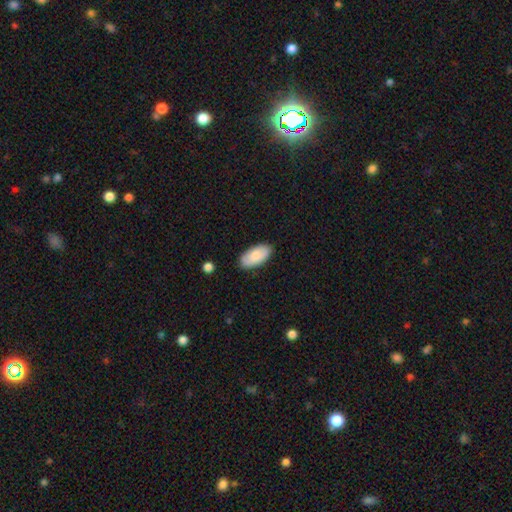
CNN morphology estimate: This appears to be a smooth galaxy with no disk features (82%) that is in between round and cigar-shaped (94%). Merging: none (84%).